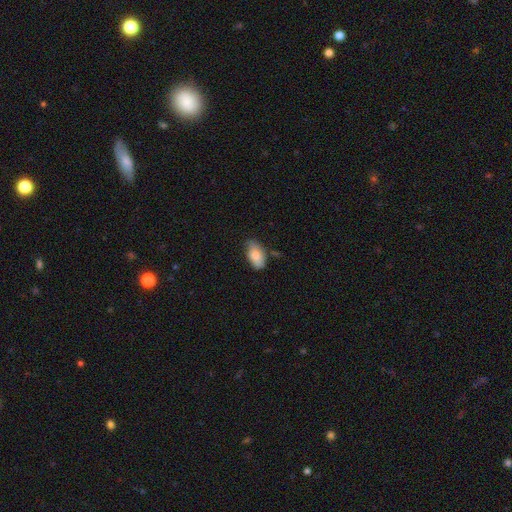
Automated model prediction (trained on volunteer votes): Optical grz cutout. It shows a smooth galaxy with no disk features (82%) that is in between round and cigar-shaped (93%). Merging: none (67%).